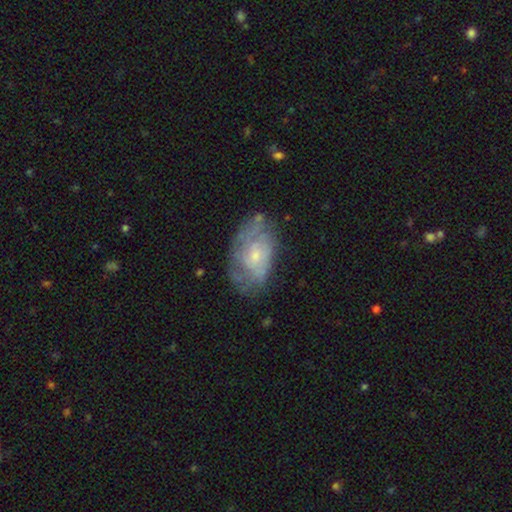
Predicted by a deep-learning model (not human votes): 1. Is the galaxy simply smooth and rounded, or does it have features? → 63% featured or disk, 30% smooth, 7% star or artifact.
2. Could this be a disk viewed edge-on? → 95% no, 5% yes.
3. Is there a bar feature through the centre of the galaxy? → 77% no, 20% weak, 3% strong.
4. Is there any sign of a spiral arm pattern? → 64% yes, 36% no.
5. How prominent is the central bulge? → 62% small, 31% moderate, 4% none, 2% large, 1% dominant.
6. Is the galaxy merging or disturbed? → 59% none, 26% minor disturbance, 12% major disturbance, 3% merger.